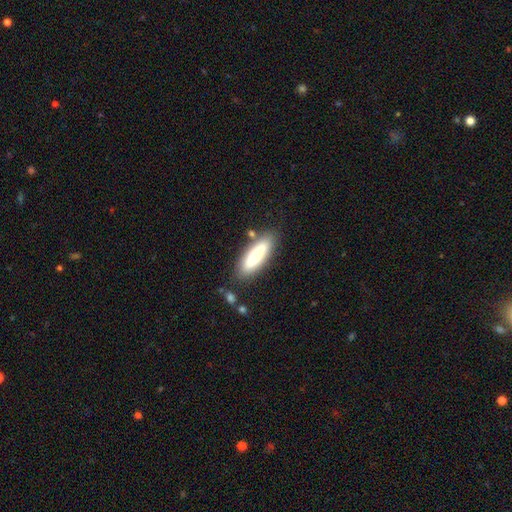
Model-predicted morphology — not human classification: smooth 71%, featured or disk 23%, star or artifact 6%. Down the decision tree: how rounded — in between (50%); merging — none (82%).